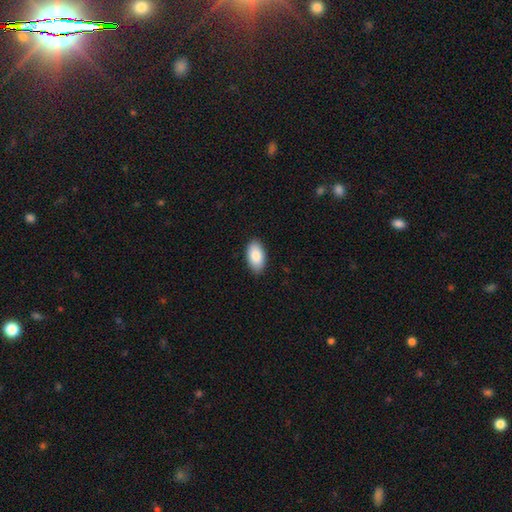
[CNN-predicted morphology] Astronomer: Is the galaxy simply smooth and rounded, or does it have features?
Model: smooth — 86%.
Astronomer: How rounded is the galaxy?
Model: in between — 95%.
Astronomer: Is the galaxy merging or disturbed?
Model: none — 89%.